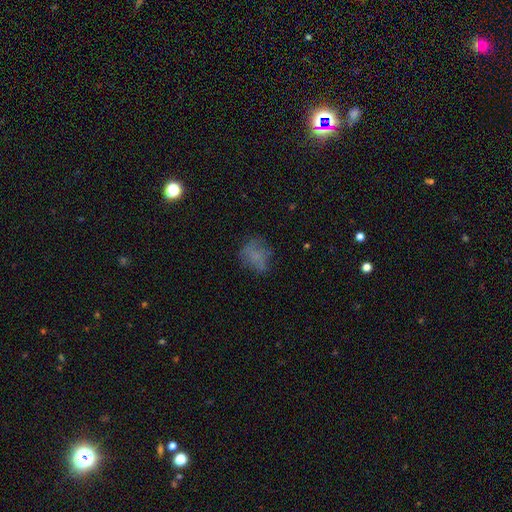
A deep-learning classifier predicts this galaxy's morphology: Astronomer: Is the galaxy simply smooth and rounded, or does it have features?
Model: smooth — 58%.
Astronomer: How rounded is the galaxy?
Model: round — 50% (runner-up: in between, 49%).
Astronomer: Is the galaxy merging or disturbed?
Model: none — 56%.